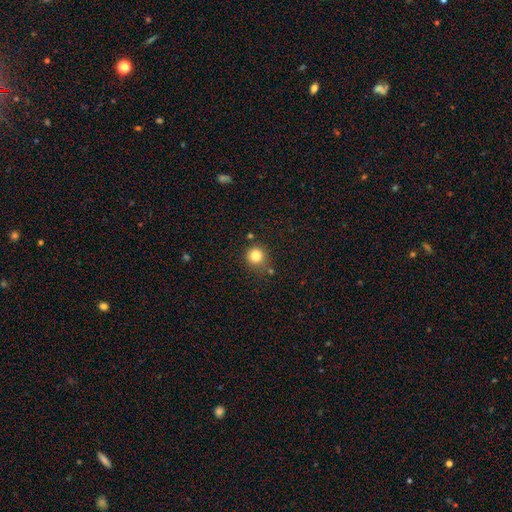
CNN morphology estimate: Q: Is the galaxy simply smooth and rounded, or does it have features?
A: smooth — 82%.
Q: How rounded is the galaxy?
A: round — 93%.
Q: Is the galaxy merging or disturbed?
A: none — 78%.